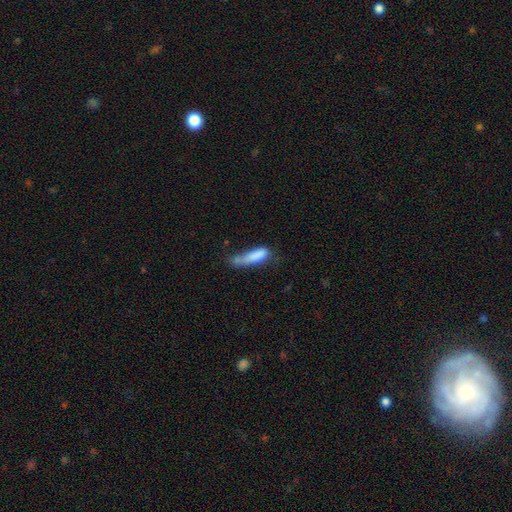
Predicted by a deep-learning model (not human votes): Smooth or featured?
  - smooth: 79% *
  - featured or disk: 13%
  - star or artifact: 8%
How rounded?
  - cigar-shaped: 60% *
  - in between: 37%
  - round: 2%
Merging?
  - minor disturbance: 31% *
  - none: 30%
  - major disturbance: 23%
  - merger: 16%